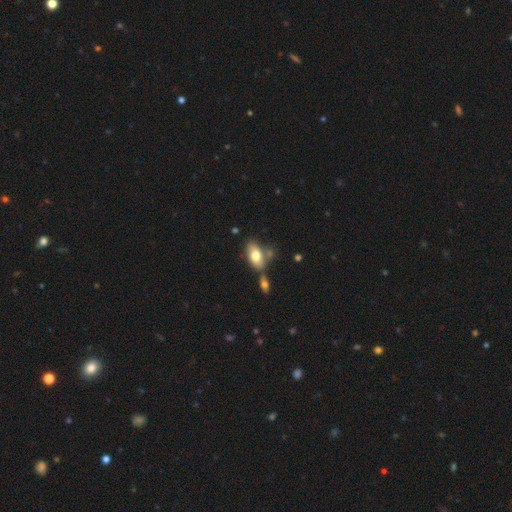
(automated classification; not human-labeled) Smooth or featured?
  - smooth: 74% *
  - featured or disk: 19%
  - star or artifact: 7%
How rounded?
  - in between: 90% *
  - round: 5%
  - cigar-shaped: 4%
Merging?
  - none: 54% *
  - merger: 24%
  - minor disturbance: 16%
  - major disturbance: 5%